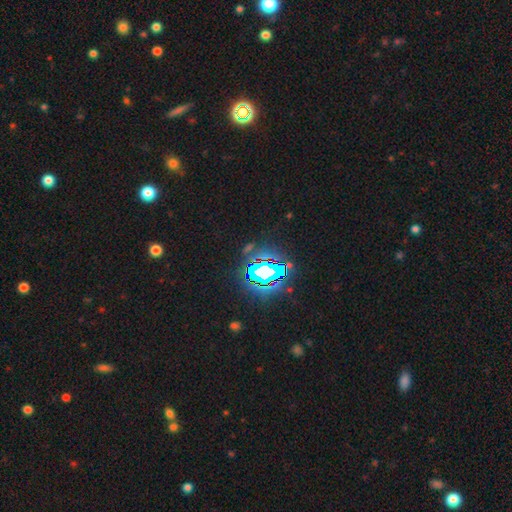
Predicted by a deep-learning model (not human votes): Smooth or featured? Predicted: star or artifact (p=0.82).